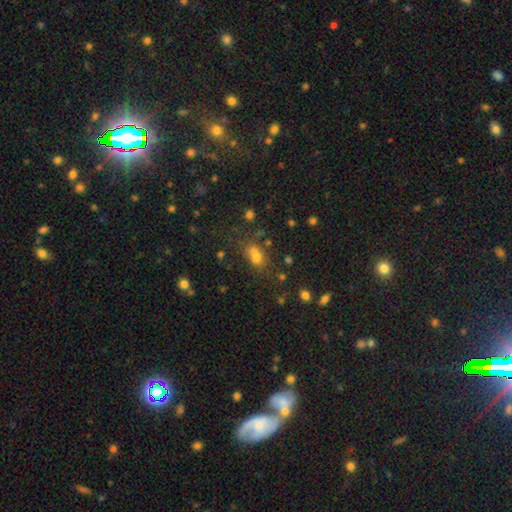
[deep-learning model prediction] Smooth or featured: smooth — 57% (star or artifact — 30%)
How rounded: in between — 49% (round — 47%)
Merging: none — 45% (merger — 36%)